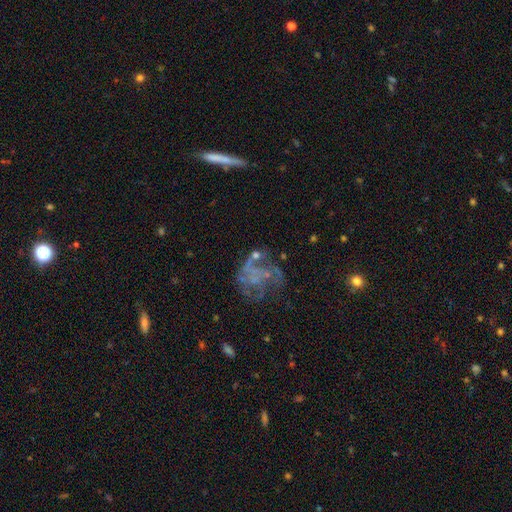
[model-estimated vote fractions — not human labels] smooth-or-featured: featured or disk: 60% | smooth: 20% | star or artifact: 20%
  disk-edge-on: no: 96% | yes: 4%
    bar: no: 83% | weak: 13% | strong: 4%
    has-spiral-arms: no: 58% | yes: 42%
    bulge-size: none: 67% | small: 22% | moderate: 8% | large: 2% | dominant: 1%
  merging: none: 47% | major disturbance: 27% | minor disturbance: 18% | merger: 8%